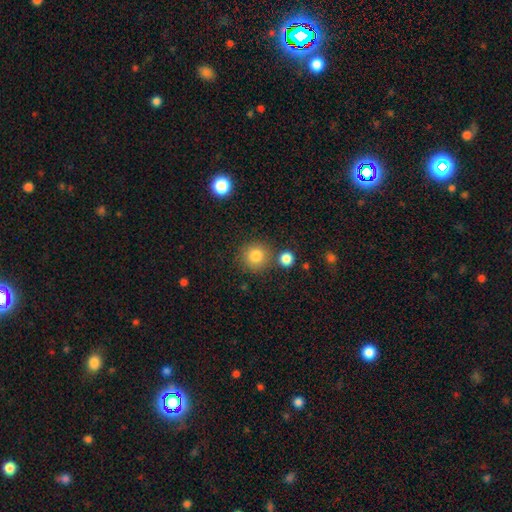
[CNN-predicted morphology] smooth_or_featured: smooth (p=0.83) [alt: star or artifact p=0.11]
how_rounded: round (p=0.93) [alt: in between p=0.06]
merging: none (p=0.80) [alt: merger p=0.08]